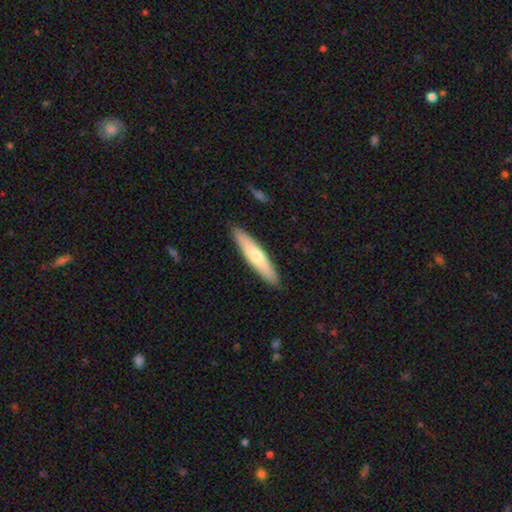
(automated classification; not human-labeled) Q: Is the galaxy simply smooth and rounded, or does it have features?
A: smooth — 64%.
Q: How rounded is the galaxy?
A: cigar-shaped — 87%.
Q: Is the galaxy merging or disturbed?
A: none — 90%.